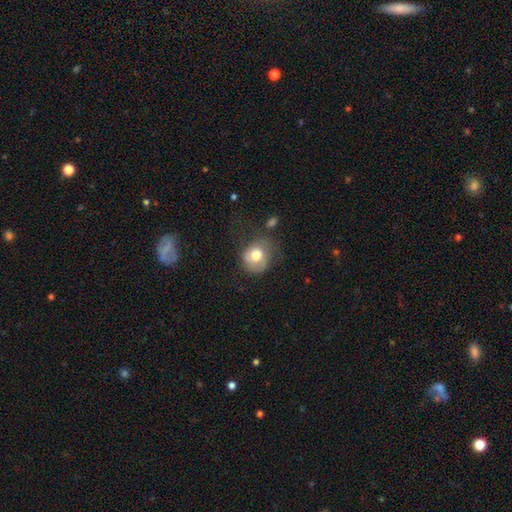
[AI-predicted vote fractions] Smooth or featured? smooth (72%)
How rounded? round (71%)
Merging? none (40%)